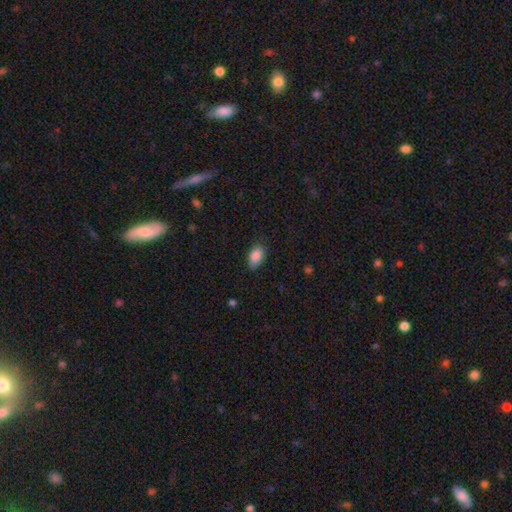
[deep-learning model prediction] A smooth galaxy with no disk features (87%) that is in between round and cigar-shaped (91%).

Vote fractions:
- Smooth or featured? smooth: 87% / star or artifact: 8% / featured or disk: 5%
- How rounded? in between: 91% / round: 7% / cigar-shaped: 2%
- Merging? none: 79% / minor disturbance: 17% / major disturbance: 3% / merger: 1%